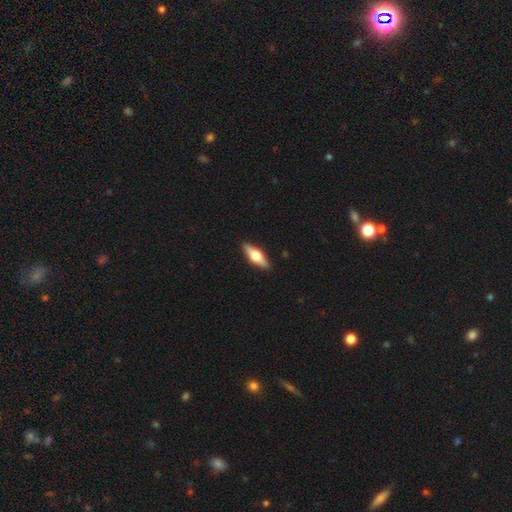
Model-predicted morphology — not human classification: A featured or disk galaxy (52%) viewed edge-on (92%).

Vote fractions:
- Smooth or featured? featured or disk: 52% / smooth: 42% / star or artifact: 6%
- Edge-on disk? yes: 92% / no: 8%
- Merging? none: 90% / minor disturbance: 7% / major disturbance: 2% / merger: 1%